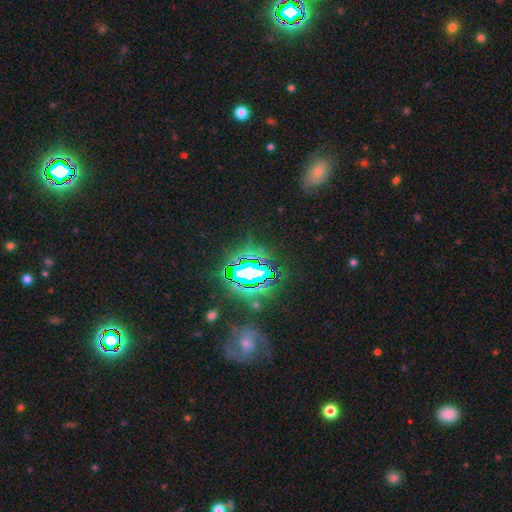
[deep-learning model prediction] A star or artifact, not a galaxy (73%).

Vote fractions:
- Smooth or featured? star or artifact: 73% / smooth: 17% / featured or disk: 10%